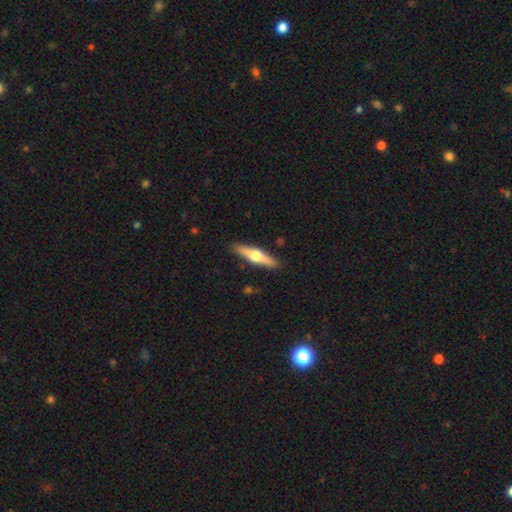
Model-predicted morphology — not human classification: smooth-or-featured: featured or disk: 59% | smooth: 36% | star or artifact: 5%
  disk-edge-on: yes: 96% | no: 4%
    edge-on-bulge: rounded: 95% | boxy: 3% | none: 2%
  merging: none: 90% | minor disturbance: 7% | major disturbance: 2% | merger: 1%